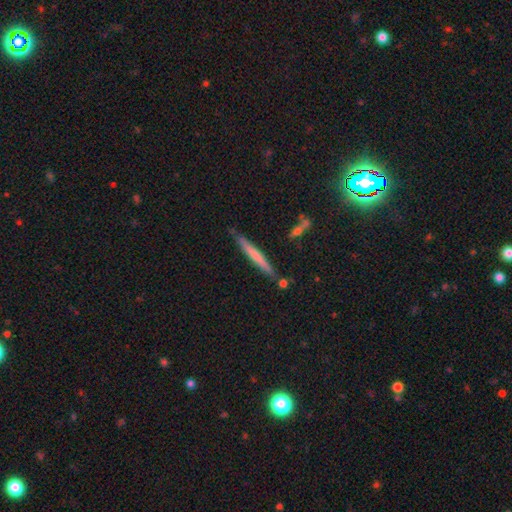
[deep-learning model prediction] Q: Smooth or featured?
A: smooth (57%); runner-up: featured or disk (37%)
Q: How rounded?
A: cigar-shaped (96%); runner-up: in between (3%)
Q: Merging?
A: none (83%); runner-up: minor disturbance (11%)